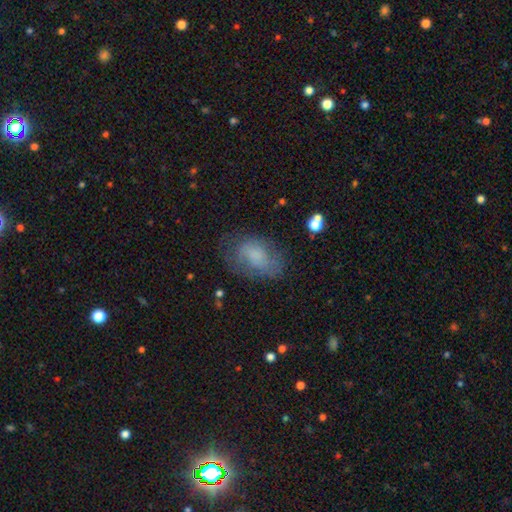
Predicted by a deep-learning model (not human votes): Smooth or featured? Predicted: smooth (p=0.59). How rounded? Predicted: in between (p=0.84). Merging? Predicted: none (p=0.60).